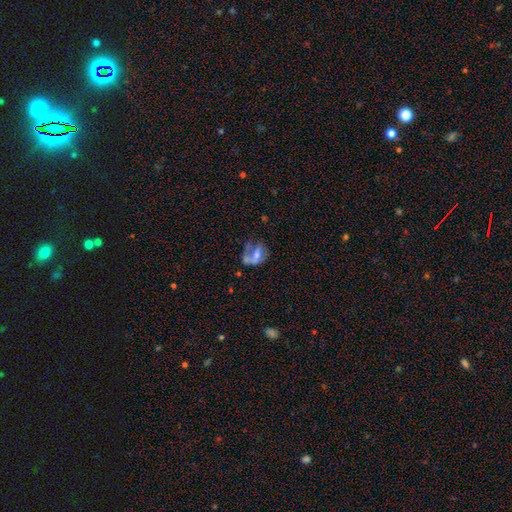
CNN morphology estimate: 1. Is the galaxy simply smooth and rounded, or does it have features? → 49% featured or disk, 41% smooth, 11% star or artifact.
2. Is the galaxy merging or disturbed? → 33% major disturbance, 28% none, 20% minor disturbance, 19% merger.